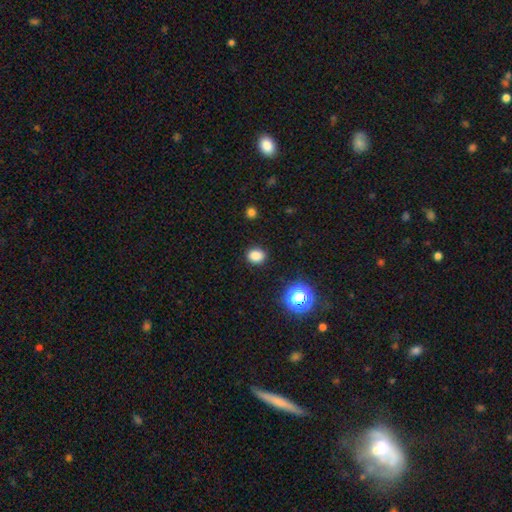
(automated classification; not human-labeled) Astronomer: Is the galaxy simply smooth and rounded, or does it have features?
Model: smooth — 83%.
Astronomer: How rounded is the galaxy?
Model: round — 62% (runner-up: in between, 37%).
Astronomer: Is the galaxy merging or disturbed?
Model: none — 87%.